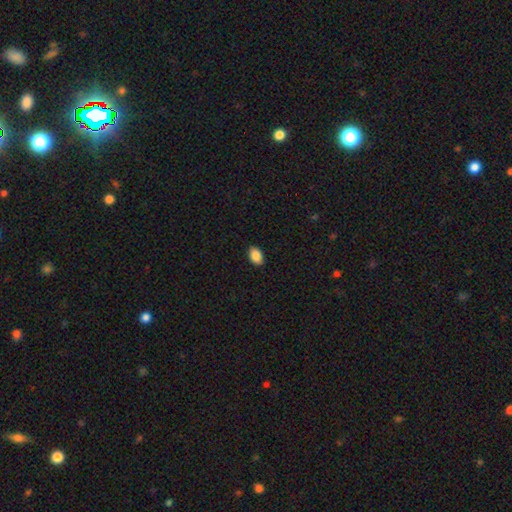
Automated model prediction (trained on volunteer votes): Smooth or featured? Predicted: smooth (p=0.88). How rounded? Predicted: in between (p=0.88). Merging? Predicted: none (p=0.90).